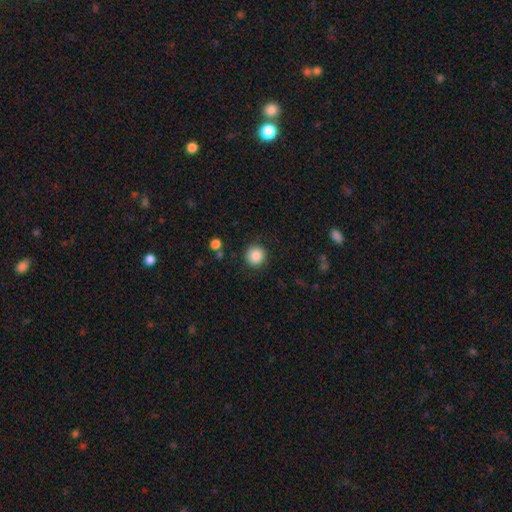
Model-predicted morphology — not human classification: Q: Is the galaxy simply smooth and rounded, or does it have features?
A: smooth — 87%.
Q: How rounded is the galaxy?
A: round — 94%.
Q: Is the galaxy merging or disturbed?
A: none — 89%.